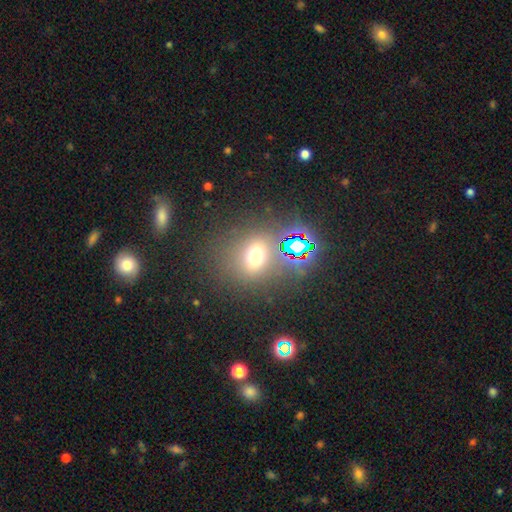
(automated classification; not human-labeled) Smooth or featured: smooth — 56% (star or artifact — 32%)
How rounded: round — 62% (in between — 36%)
Merging: none — 75% (minor disturbance — 11%)